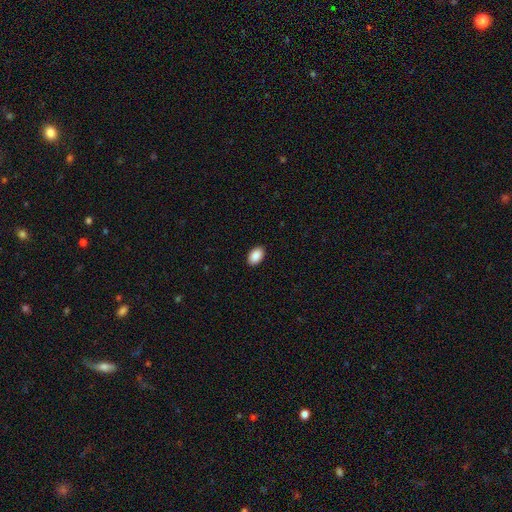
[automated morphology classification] Smooth or featured? smooth (90%)
How rounded? in between (91%)
Merging? none (91%)